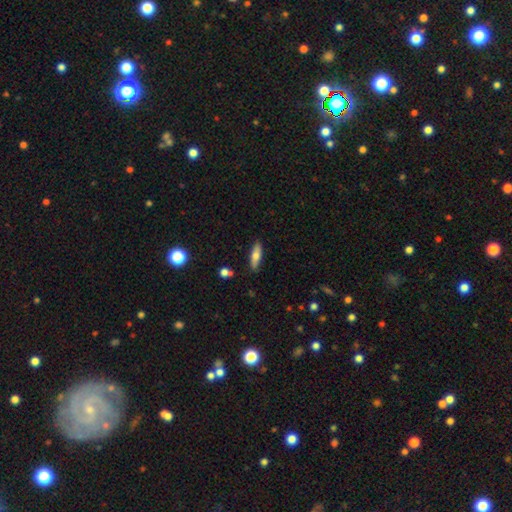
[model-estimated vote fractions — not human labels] Smooth or featured?
  - smooth: 66% *
  - featured or disk: 27%
  - star or artifact: 7%
How rounded?
  - cigar-shaped: 55% *
  - in between: 43%
  - round: 2%
Merging?
  - none: 86% *
  - minor disturbance: 10%
  - merger: 2%
  - major disturbance: 2%